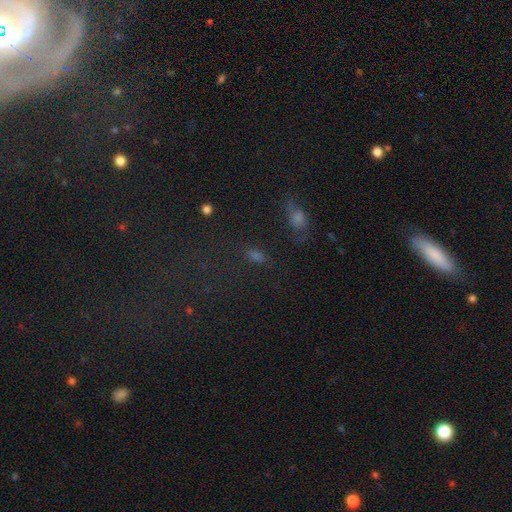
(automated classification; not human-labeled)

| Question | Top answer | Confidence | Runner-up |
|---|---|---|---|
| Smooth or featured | smooth | 54% | star or artifact (33%) |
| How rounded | in between | 75% | cigar-shaped (13%) |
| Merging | none | 66% | minor disturbance (17%) |